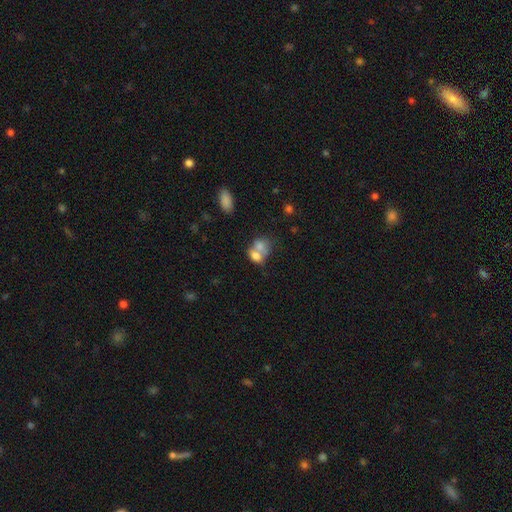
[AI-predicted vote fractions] This appears to be a smooth galaxy with no disk features (70%) that is in between round and cigar-shaped (68%). Merging: merger (68%).